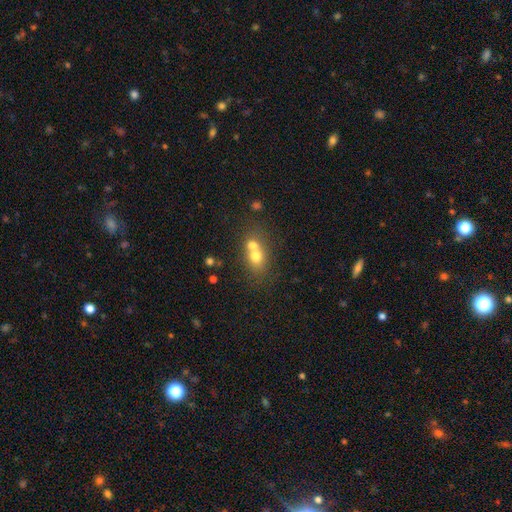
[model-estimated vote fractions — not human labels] Smooth or featured?
  - smooth: 68% *
  - featured or disk: 20%
  - star or artifact: 12%
How rounded?
  - round: 53% *
  - in between: 45%
  - cigar-shaped: 2%
Merging?
  - merger: 62% *
  - none: 28%
  - minor disturbance: 7%
  - major disturbance: 4%